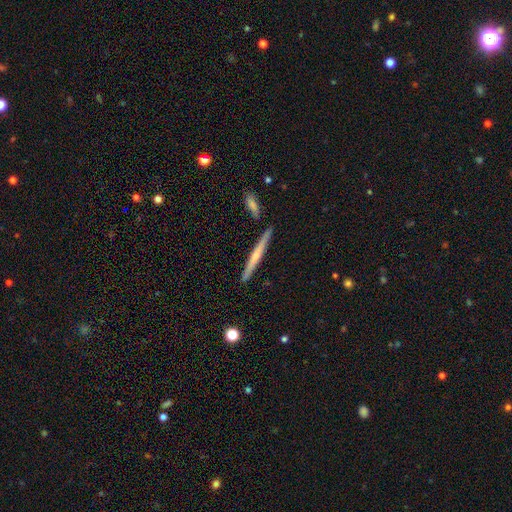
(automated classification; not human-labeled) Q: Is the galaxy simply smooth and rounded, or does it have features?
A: featured or disk — 53%.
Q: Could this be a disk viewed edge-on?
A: yes — 97%.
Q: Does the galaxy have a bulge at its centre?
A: none — 49%.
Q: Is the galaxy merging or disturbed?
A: none — 87%.